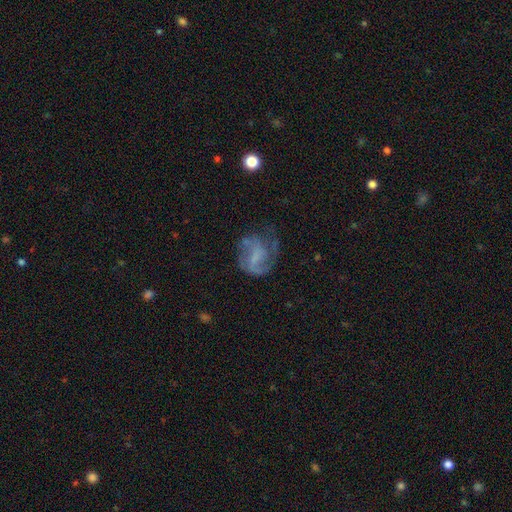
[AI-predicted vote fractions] This is likely a featured or disk galaxy (66%). It is clearly not viewed edge-on (98%). Bar: possibly no (46%). Spiral arm pattern: clearly yes (80%). Spiral arm count: marginally 2 (44%). Spiral winding: marginally medium (44%). Central bulge: possibly none (48%). Merging: possibly none (49%).